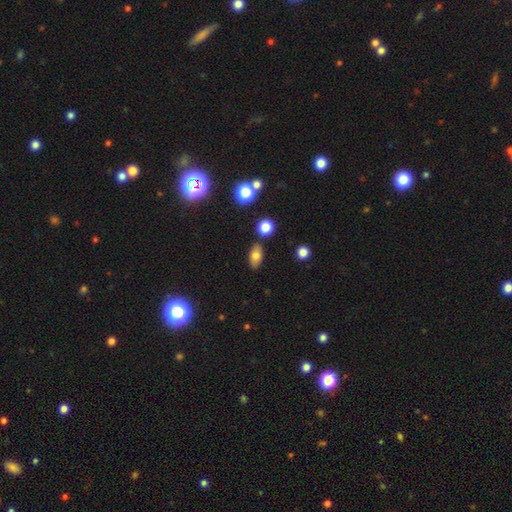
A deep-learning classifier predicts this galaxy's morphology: Smooth or featured? smooth (75%)
How rounded? in between (87%)
Merging? none (82%)